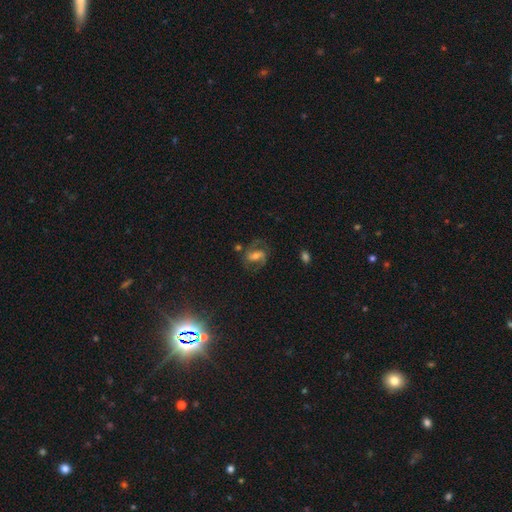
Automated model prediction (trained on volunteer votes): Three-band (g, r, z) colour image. It shows a featured or disk galaxy (74%) with a weak bar (43%), 2 (88%) medium (55%) spiral arms (93%) and a moderate central bulge (48%). Merging: none (69%).